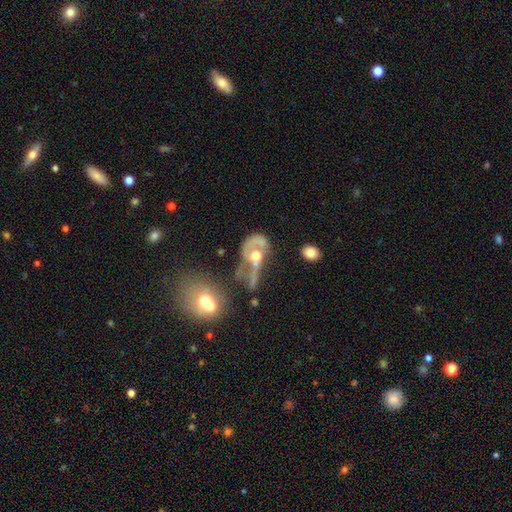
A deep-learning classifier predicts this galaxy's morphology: A featured or disk galaxy (61%) with no bar (81%), no spiral arms (53%) and a moderate central bulge (65%). Merging: major disturbance (38%).